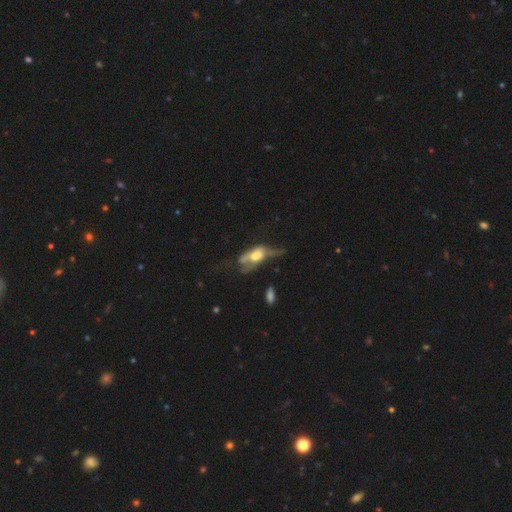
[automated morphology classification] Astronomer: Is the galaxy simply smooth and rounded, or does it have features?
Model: featured or disk — 53% (runner-up: smooth, 38%).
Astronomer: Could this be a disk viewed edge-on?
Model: no — 77%.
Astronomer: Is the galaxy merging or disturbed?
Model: major disturbance — 52%.